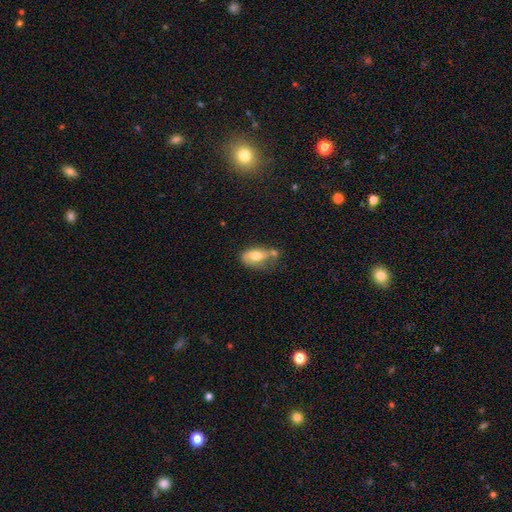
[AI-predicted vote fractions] Smooth or featured?
  - smooth: 64% *
  - featured or disk: 28%
  - star or artifact: 8%
How rounded?
  - in between: 87% *
  - round: 7%
  - cigar-shaped: 5%
Merging?
  - none: 33% *
  - minor disturbance: 27%
  - merger: 26%
  - major disturbance: 15%